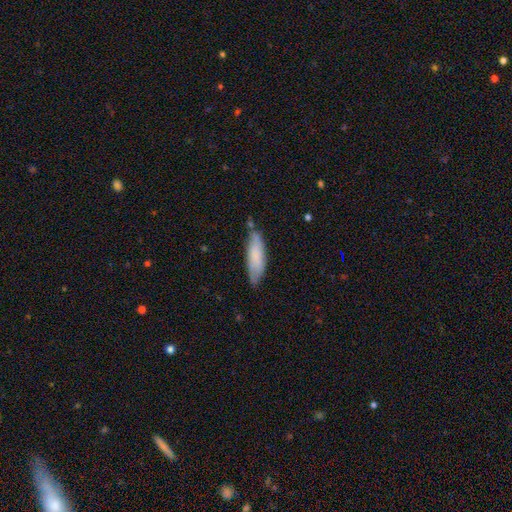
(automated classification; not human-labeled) This appears to be a smooth galaxy with no disk features (73%) that is cigar-shaped (58%). Merging: none (70%).